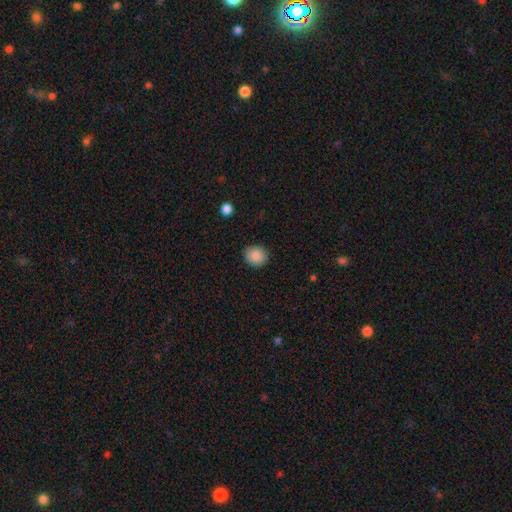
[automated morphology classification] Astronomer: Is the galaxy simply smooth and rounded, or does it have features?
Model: smooth — 88%.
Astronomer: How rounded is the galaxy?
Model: round — 82%.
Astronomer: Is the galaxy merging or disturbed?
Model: none — 90%.